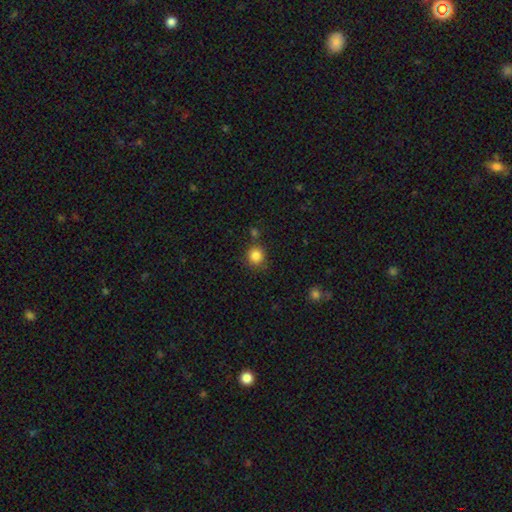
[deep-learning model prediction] Morphology: type=smooth (85%); roundness=round (90%); merging=none (81%).